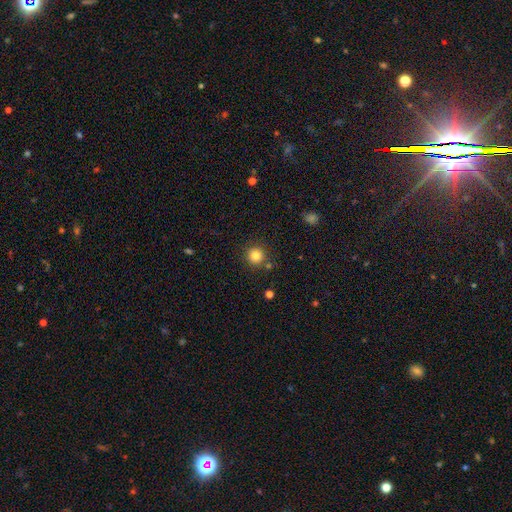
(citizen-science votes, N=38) smooth-or-featured: smooth: 82% | featured or disk: 13% | star or artifact: 5%
  how-rounded: round: 94% | in between: 6% | cigar-shaped: 0%
  merging: none: 86% | minor disturbance: 8% | major disturbance: 3% | merger: 3%